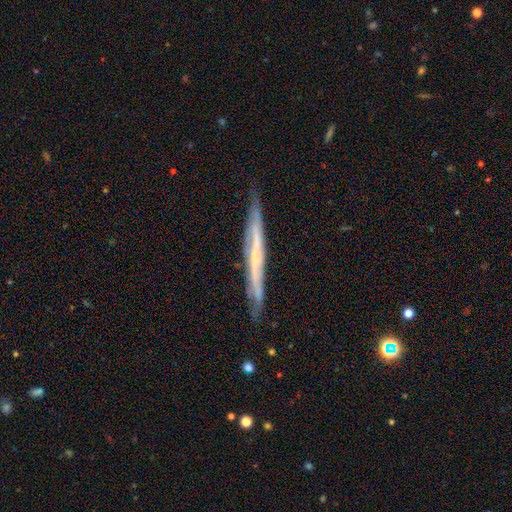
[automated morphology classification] smooth_or_featured: featured or disk (p=0.65) [alt: smooth p=0.29]
disk_edge_on: yes (p=0.92) [alt: no p=0.08]
edge_on_bulge: none (p=0.77) [alt: rounded p=0.16]
merging: none (p=0.83) [alt: minor disturbance p=0.14]